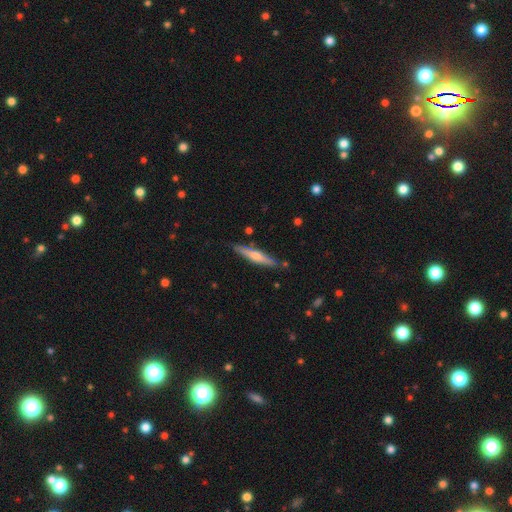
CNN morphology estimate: The model was most divided on "smooth or featured": featured or disk: 56%, smooth: 38%, star or artifact: 6%. More confident: edge-on disk — yes (95%); merging — none (86%); edge-on bulge — rounded (82%).